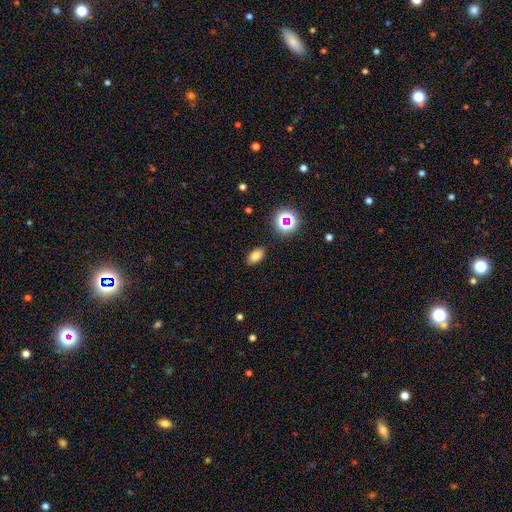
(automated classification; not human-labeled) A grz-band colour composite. It shows a smooth galaxy with no disk features (77%) that is in between round and cigar-shaped (89%). Merging: none (88%).